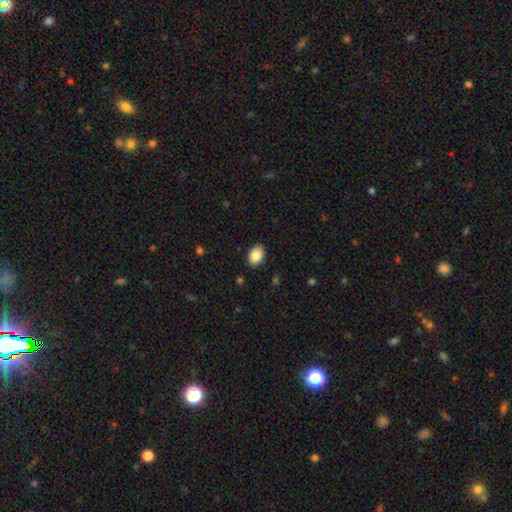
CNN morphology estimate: Smooth or featured? smooth (86%)
How rounded? in between (83%)
Merging? none (88%)